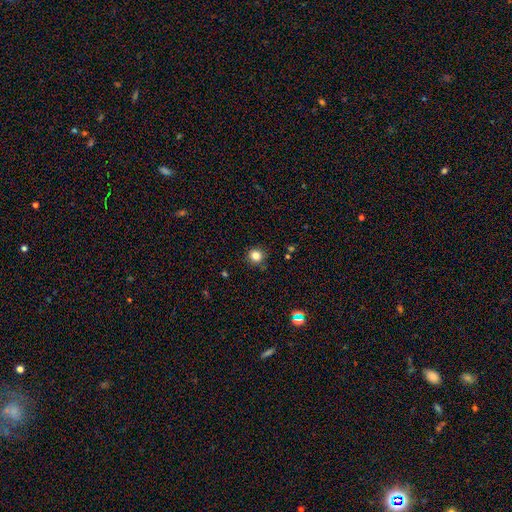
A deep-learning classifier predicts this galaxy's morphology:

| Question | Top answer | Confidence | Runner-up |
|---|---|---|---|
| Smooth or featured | smooth | 83% | star or artifact (12%) |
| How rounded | round | 90% | in between (9%) |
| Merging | none | 88% | minor disturbance (8%) |